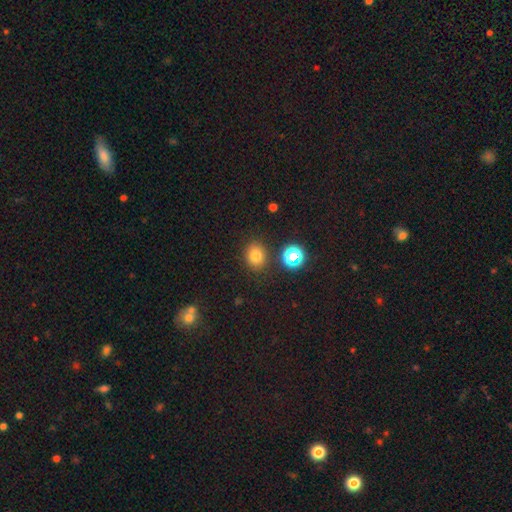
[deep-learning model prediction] A smooth galaxy with no disk features (76%) that is round (64%).

Vote fractions:
- Smooth or featured? smooth: 76% / star or artifact: 17% / featured or disk: 7%
- How rounded? round: 64% / in between: 35% / cigar-shaped: 1%
- Merging? none: 84% / minor disturbance: 9% / merger: 4% / major disturbance: 3%